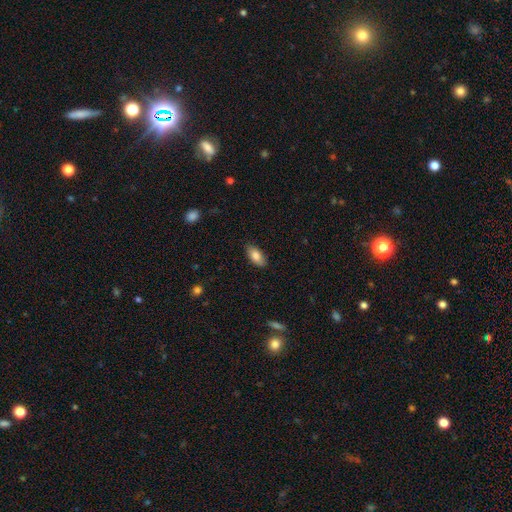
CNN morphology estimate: smooth-or-featured: smooth: 84% | featured or disk: 9% | star or artifact: 7%
  how-rounded: in between: 92% | cigar-shaped: 5% | round: 3%
  merging: none: 86% | minor disturbance: 11% | major disturbance: 2% | merger: 1%